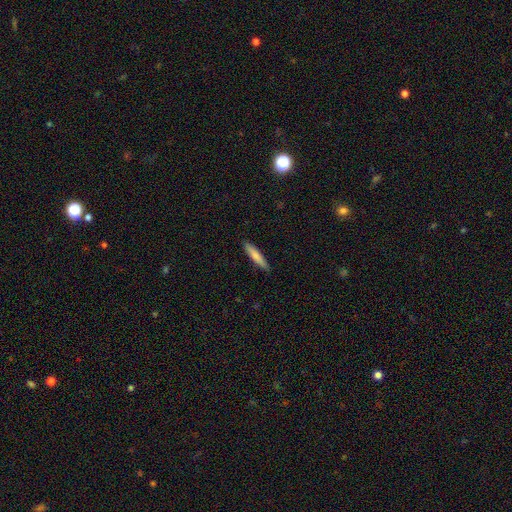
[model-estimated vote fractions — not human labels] This is likely a smooth galaxy (75%). How rounded: clearly cigar-shaped (90%). Merging: clearly none (90%).